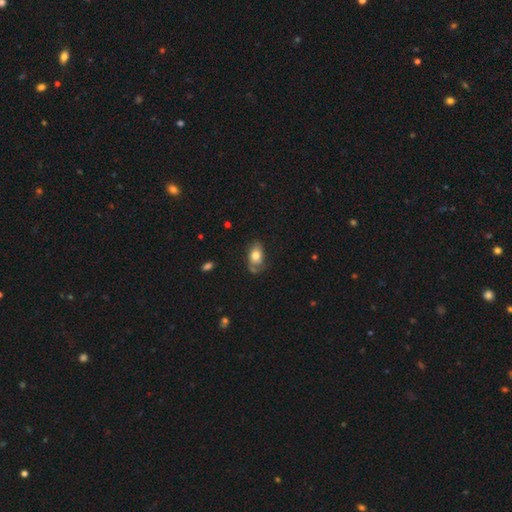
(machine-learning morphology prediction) smooth 67%, featured or disk 25%, star or artifact 8%. Down the decision tree: how rounded — in between (86%); merging — none (54%).